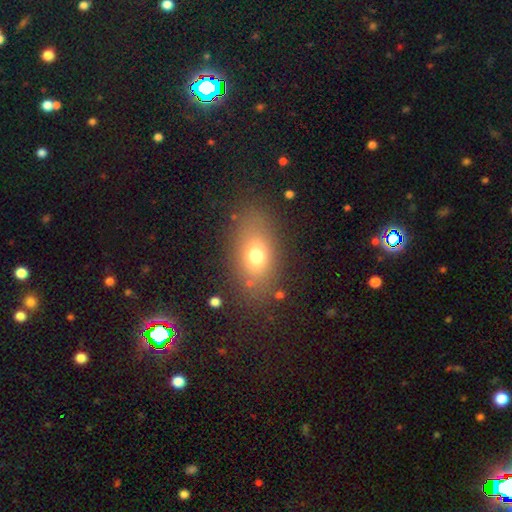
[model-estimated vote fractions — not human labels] This appears to be a smooth galaxy with no disk features (71%) that is in between round and cigar-shaped (78%). Merging: none (80%).